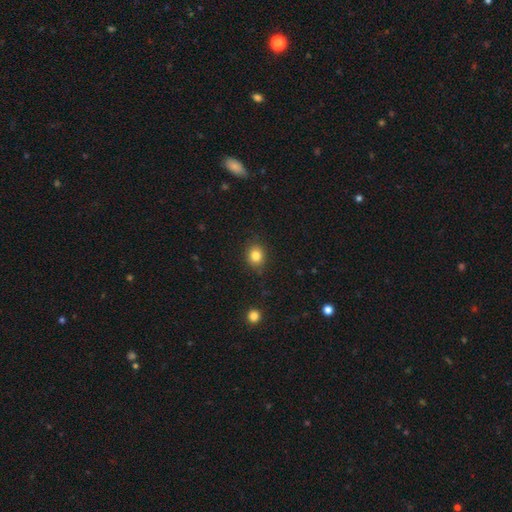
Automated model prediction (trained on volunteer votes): Q: Smooth or featured?
A: smooth (83%); runner-up: star or artifact (11%)
Q: How rounded?
A: round (71%); runner-up: in between (28%)
Q: Merging?
A: none (86%); runner-up: minor disturbance (10%)